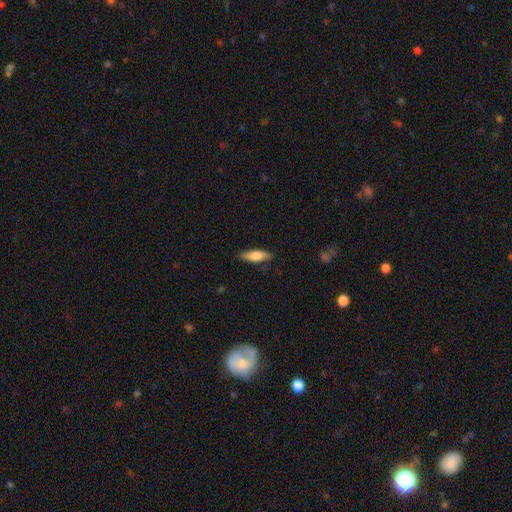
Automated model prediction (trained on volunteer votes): A smooth galaxy with no disk features (67%) that is in between round and cigar-shaped (49%). Merging: none (84%).